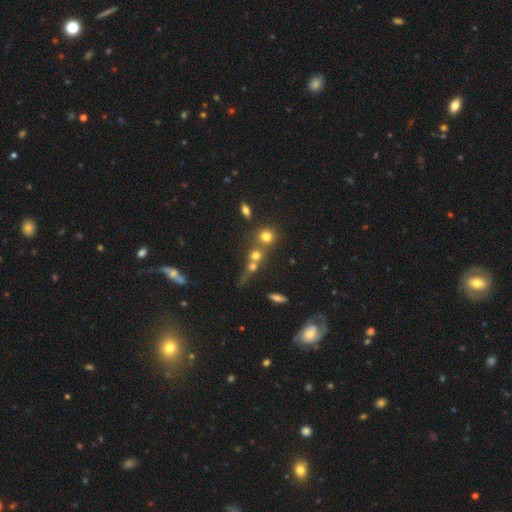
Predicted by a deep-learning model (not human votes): Smooth or featured: smooth — 63% (star or artifact — 19%)
How rounded: round — 80% (in between — 16%)
Merging: merger — 51% (none — 36%)